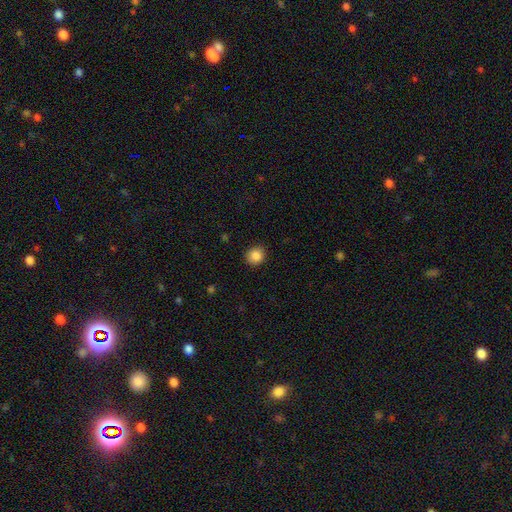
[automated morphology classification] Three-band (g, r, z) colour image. It shows a smooth galaxy with no disk features (86%) that is round (83%). Merging: none (90%).